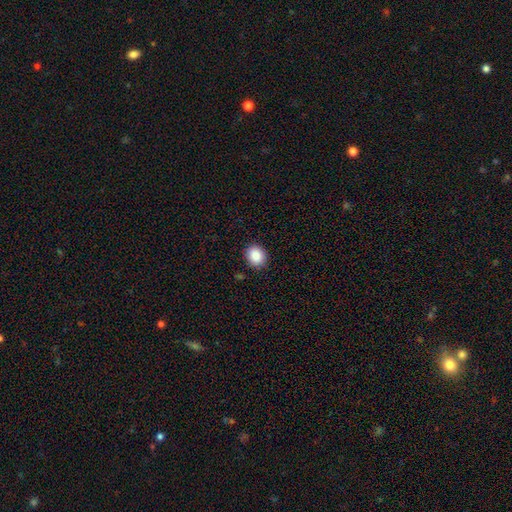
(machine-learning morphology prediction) Smooth or featured: smooth — 87% (star or artifact — 9%)
How rounded: round — 73% (in between — 26%)
Merging: none — 89% (minor disturbance — 7%)